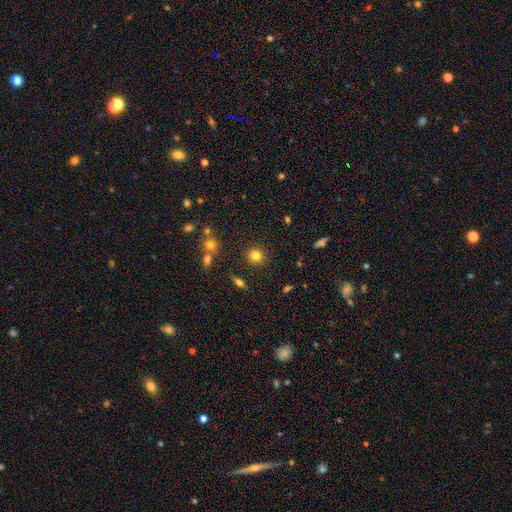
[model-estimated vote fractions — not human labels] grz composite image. It shows a smooth galaxy with no disk features (79%) that is round (87%). Merging: none (88%).